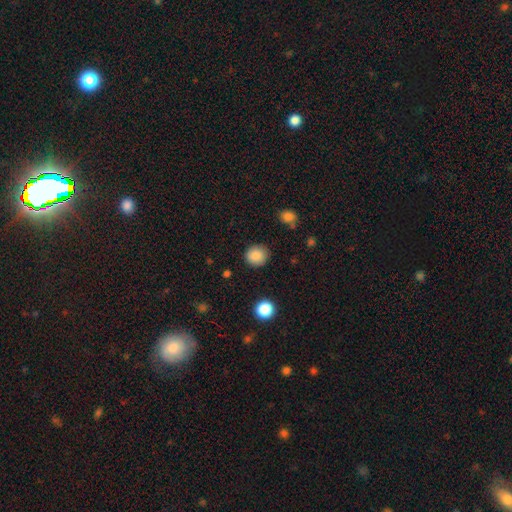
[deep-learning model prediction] Smooth or featured? Predicted: smooth (p=0.87). How rounded? Predicted: round (p=0.87). Merging? Predicted: none (p=0.87).